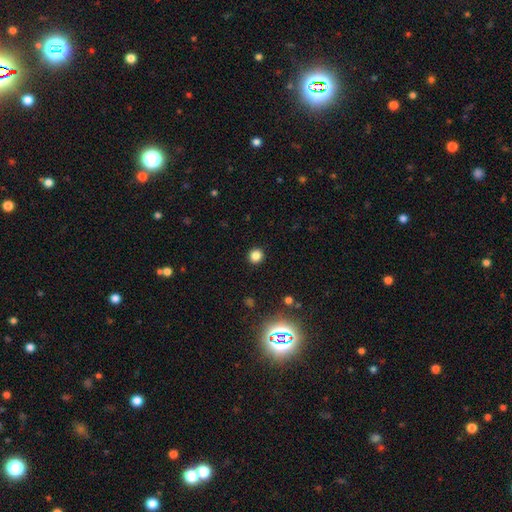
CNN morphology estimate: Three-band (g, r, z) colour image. It shows a smooth galaxy with no disk features (82%) that is round (90%). Merging: none (92%).